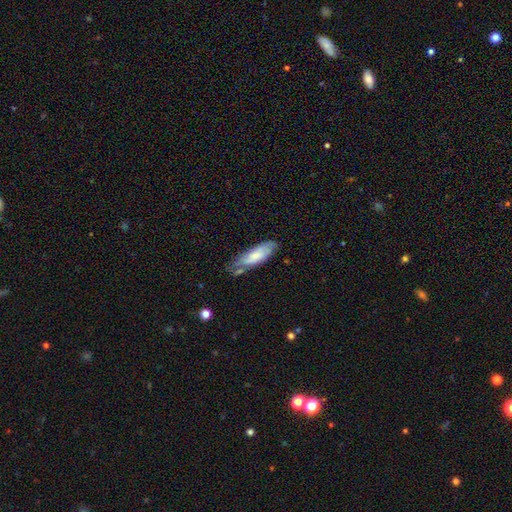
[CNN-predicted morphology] Smooth or featured? Predicted: smooth (p=0.56). How rounded? Predicted: in between (p=0.62). Merging? Predicted: none (p=0.54).